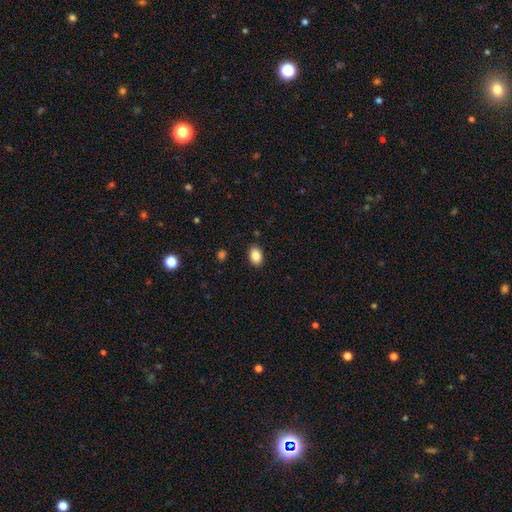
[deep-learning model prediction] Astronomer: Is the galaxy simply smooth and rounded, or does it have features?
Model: smooth — 86%.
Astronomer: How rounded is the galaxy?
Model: in between — 78%.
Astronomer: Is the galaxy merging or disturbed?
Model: none — 89%.